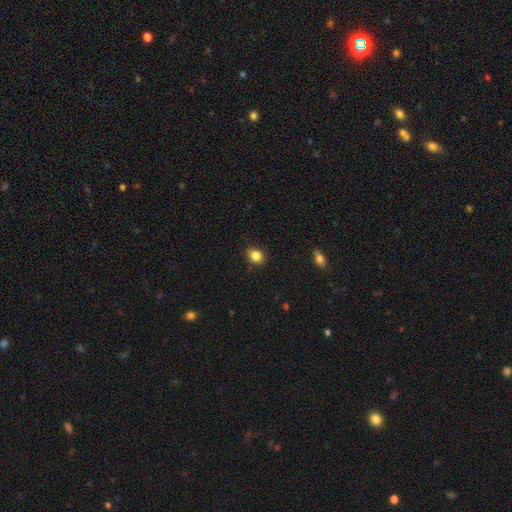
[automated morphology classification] The model was most divided on "how rounded": round: 52%, in between: 47%, cigar-shaped: 1%. More confident: merging — none (87%); smooth or featured — smooth (85%).